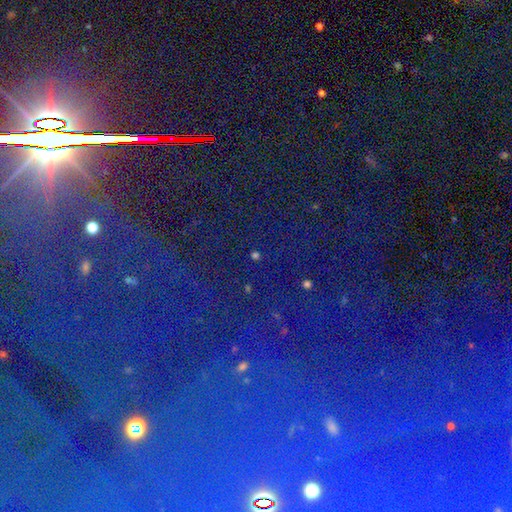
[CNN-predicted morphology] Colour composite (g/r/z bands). It shows a star or artifact, not a galaxy (75%).